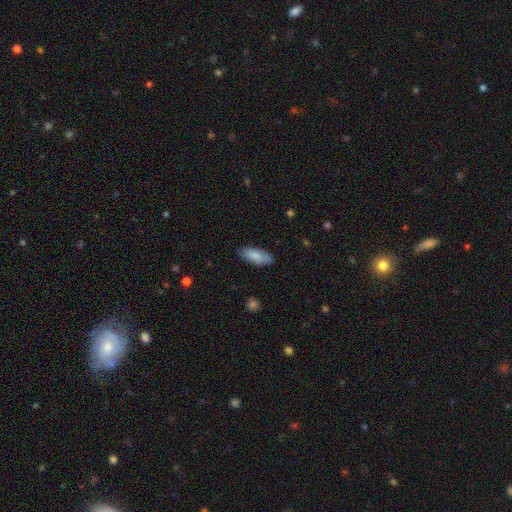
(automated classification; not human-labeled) A smooth galaxy with no disk features (85%) that is in between round and cigar-shaped (77%). Merging: none (84%).